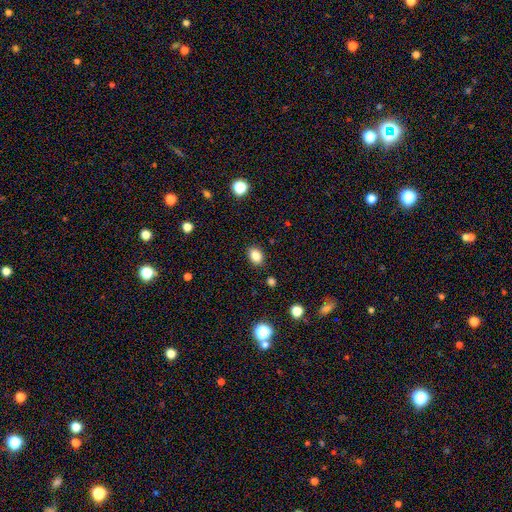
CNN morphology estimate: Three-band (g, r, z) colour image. It shows a smooth galaxy with no disk features (85%) that is in between round and cigar-shaped (71%). Merging: none (88%).